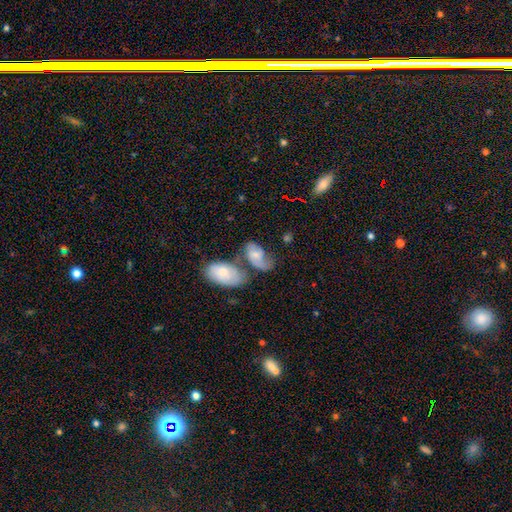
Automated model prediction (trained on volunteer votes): smooth 47%, featured or disk 45%, star or artifact 8%. Down the decision tree: merging — merger (37%).